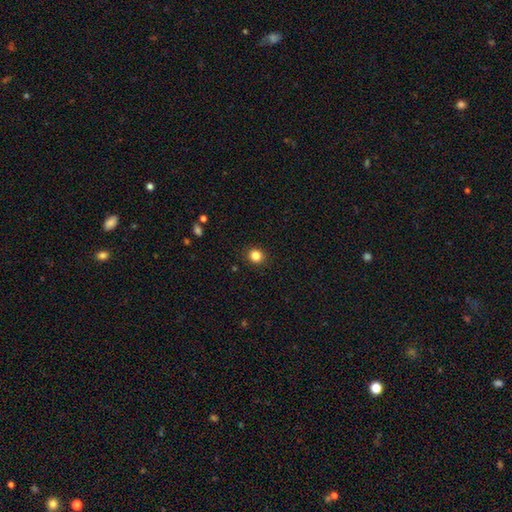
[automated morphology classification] A smooth galaxy with no disk features (83%) that is round (88%).

Vote fractions:
- Smooth or featured? smooth: 83% / star or artifact: 12% / featured or disk: 4%
- How rounded? round: 88% / in between: 11% / cigar-shaped: 1%
- Merging? none: 92% / minor disturbance: 6% / major disturbance: 2% / merger: 1%